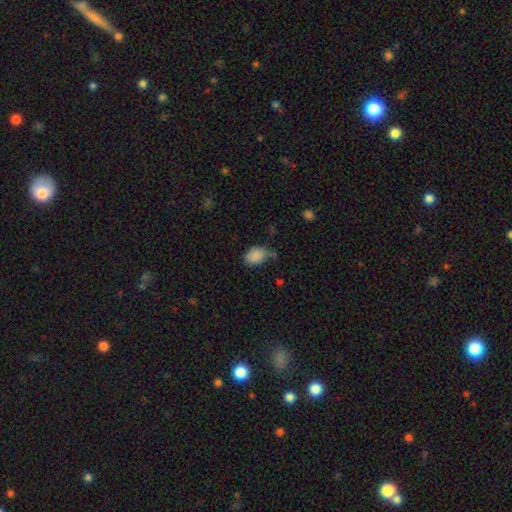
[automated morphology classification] A smooth galaxy with no disk features (87%) that is in between round and cigar-shaped (72%).

Vote fractions:
- Smooth or featured? smooth: 87% / star or artifact: 9% / featured or disk: 5%
- How rounded? in between: 72% / round: 26% / cigar-shaped: 1%
- Merging? none: 53% / minor disturbance: 32% / major disturbance: 10% / merger: 6%